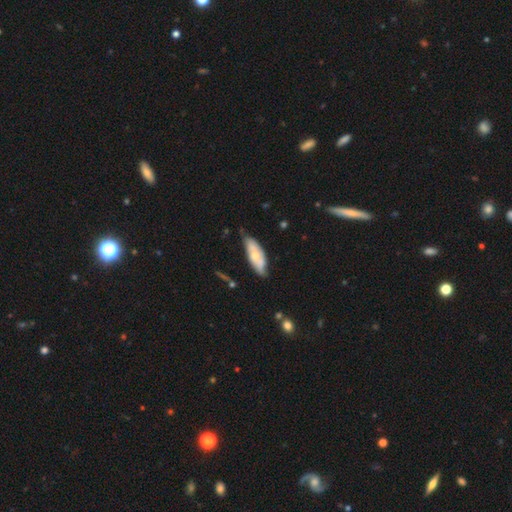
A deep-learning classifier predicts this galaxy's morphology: This is possibly a smooth galaxy (53%). How rounded: likely in between (74%). Merging: possibly none (59%).